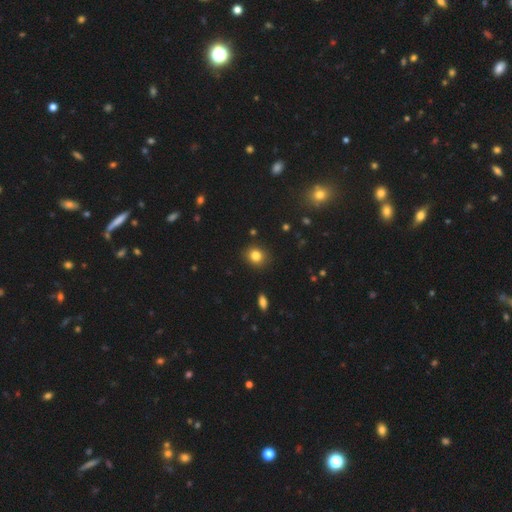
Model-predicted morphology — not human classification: type=smooth (82%); roundness=round (76%); merging=none (89%).